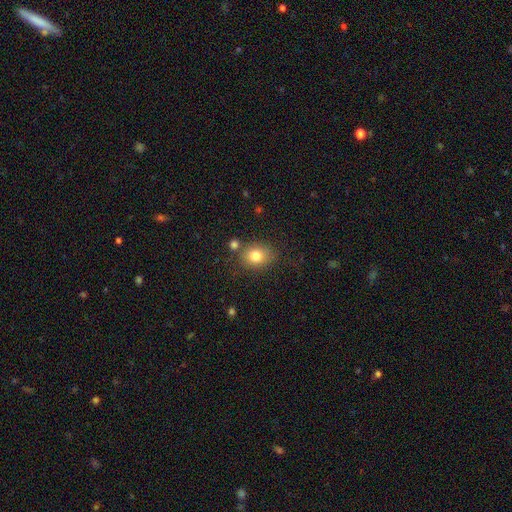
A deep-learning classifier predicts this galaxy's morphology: This appears to be a smooth galaxy with no disk features (80%) that is round (55%). Merging: none (71%).